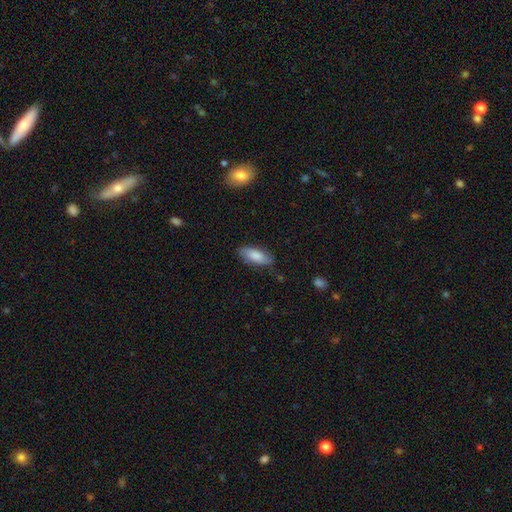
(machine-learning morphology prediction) smooth_or_featured: smooth (p=0.82) [alt: featured or disk p=0.12]
how_rounded: in between (p=0.79) [alt: cigar-shaped p=0.19]
merging: none (p=0.80) [alt: minor disturbance p=0.16]